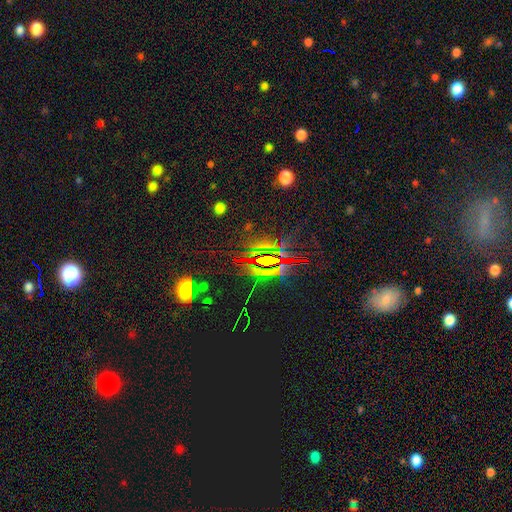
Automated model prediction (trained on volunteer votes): Smooth or featured: star or artifact — 81% (smooth — 10%)